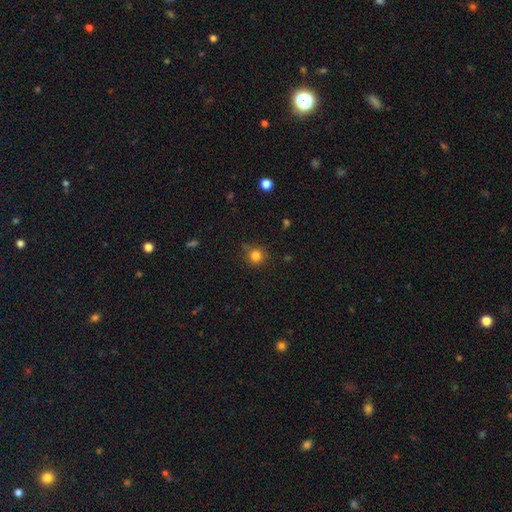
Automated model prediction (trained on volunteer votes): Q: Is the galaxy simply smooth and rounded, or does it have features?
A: smooth — 82%.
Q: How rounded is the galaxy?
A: round — 92%.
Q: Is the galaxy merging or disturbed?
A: none — 81%.